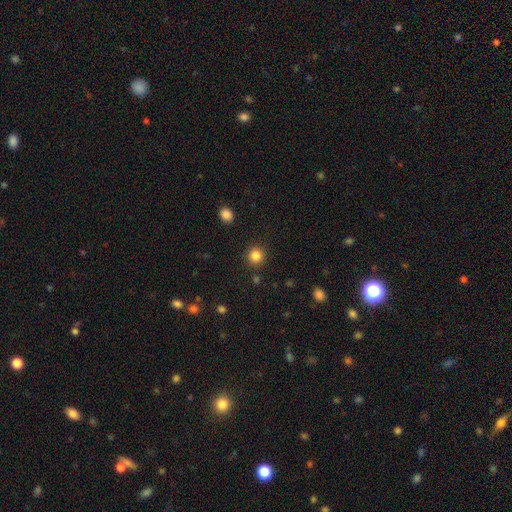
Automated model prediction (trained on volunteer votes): smooth 84%, star or artifact 11%, featured or disk 4%. Down the decision tree: how rounded — round (92%); merging — none (90%).